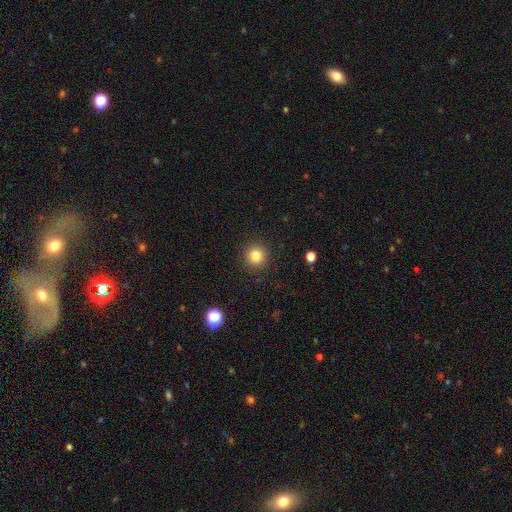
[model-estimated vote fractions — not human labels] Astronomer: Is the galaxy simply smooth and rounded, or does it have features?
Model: smooth — 82%.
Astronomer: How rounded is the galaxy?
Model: round — 93%.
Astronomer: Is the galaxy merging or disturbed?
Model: none — 91%.